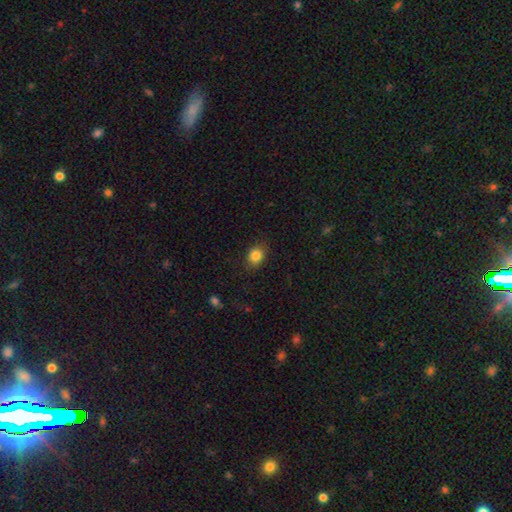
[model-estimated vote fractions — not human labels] Smooth or featured? Predicted: smooth (p=0.85). How rounded? Predicted: round (p=0.54). Merging? Predicted: none (p=0.83).